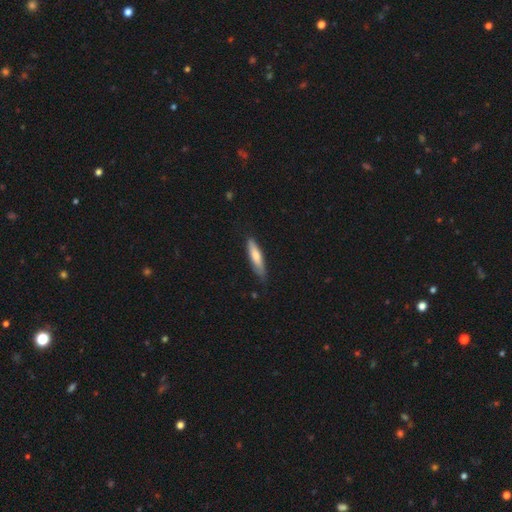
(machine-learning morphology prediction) smooth 68%, featured or disk 27%, star or artifact 5%. Down the decision tree: how rounded — cigar-shaped (77%); merging — none (75%).